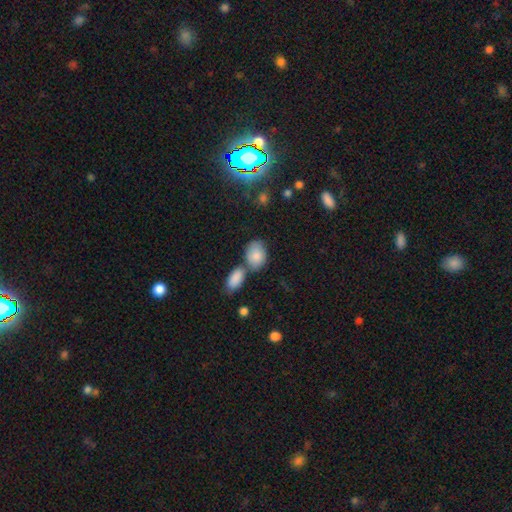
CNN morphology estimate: This is clearly a smooth galaxy (85%). How rounded: clearly in between (80%). Merging: possibly none (49%).